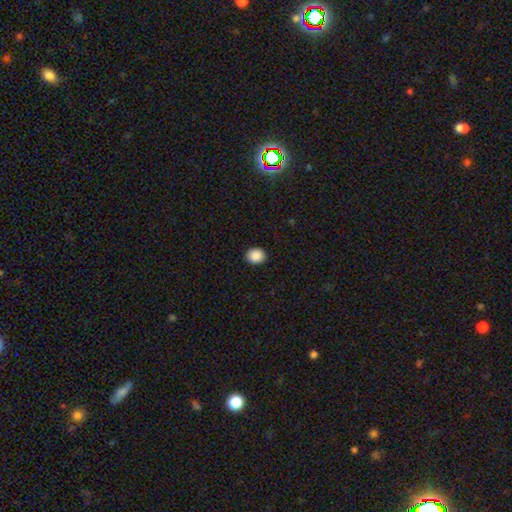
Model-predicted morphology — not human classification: type=smooth (89%); roundness=round (73%); merging=none (92%).